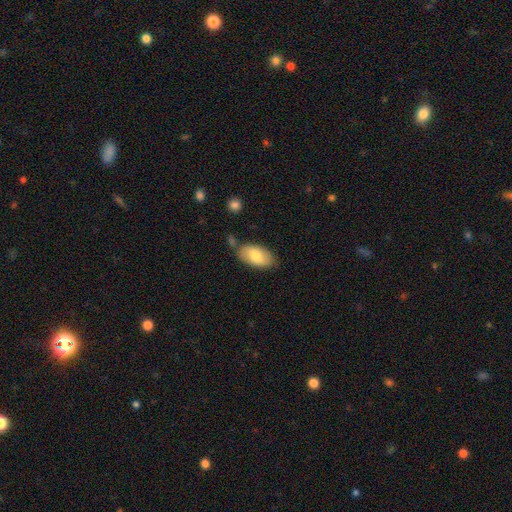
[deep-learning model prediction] Morphology: type=smooth (76%); roundness=in between (94%); merging=none (75%).